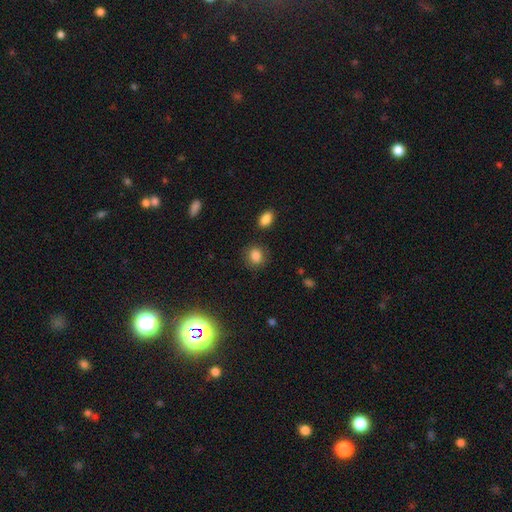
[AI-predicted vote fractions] A smooth galaxy with no disk features (85%) that is round (71%). Merging: none (86%).